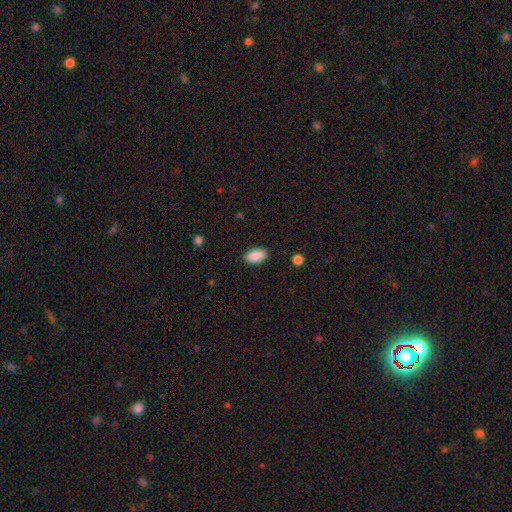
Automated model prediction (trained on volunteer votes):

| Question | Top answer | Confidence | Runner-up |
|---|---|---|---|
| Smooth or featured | smooth | 90% | star or artifact (7%) |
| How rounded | in between | 91% | cigar-shaped (6%) |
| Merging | none | 88% | minor disturbance (8%) |